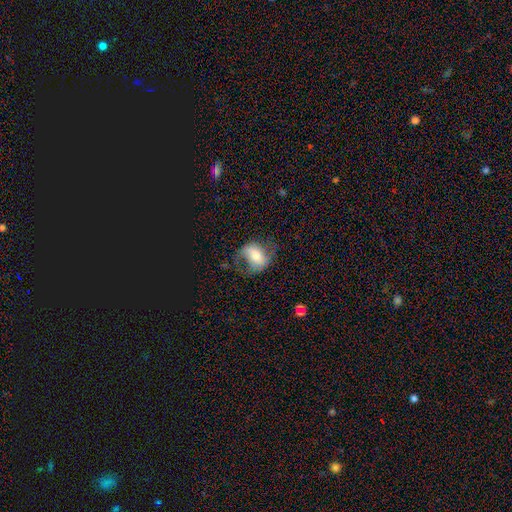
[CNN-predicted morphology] This is possibly a featured or disk galaxy (52%). It is clearly not viewed edge-on (93%). Merging: possibly none (53%).